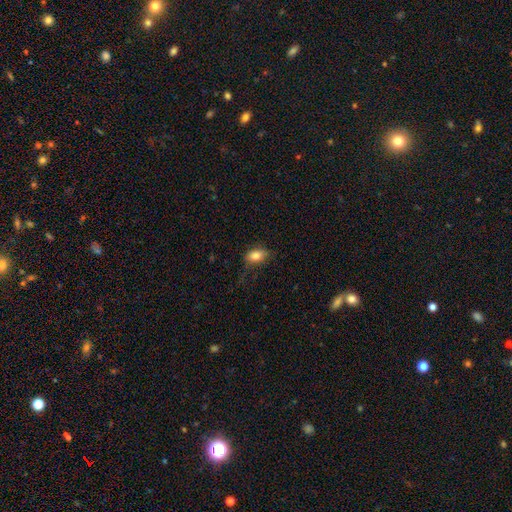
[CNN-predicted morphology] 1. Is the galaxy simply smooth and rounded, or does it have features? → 83% smooth, 8% star or artifact, 8% featured or disk.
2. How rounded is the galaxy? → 87% in between, 10% round, 3% cigar-shaped.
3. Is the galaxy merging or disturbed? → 64% none, 25% minor disturbance, 10% major disturbance, 1% merger.